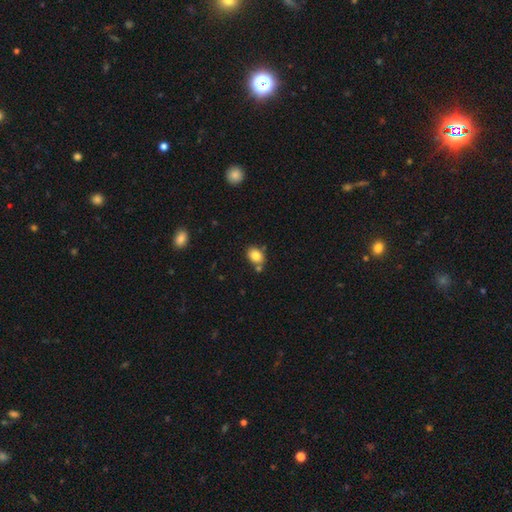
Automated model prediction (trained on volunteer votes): smooth-or-featured: smooth: 82% | star or artifact: 10% | featured or disk: 9%
  how-rounded: in between: 57% | round: 42% | cigar-shaped: 1%
  merging: none: 68% | minor disturbance: 14% | merger: 14% | major disturbance: 3%